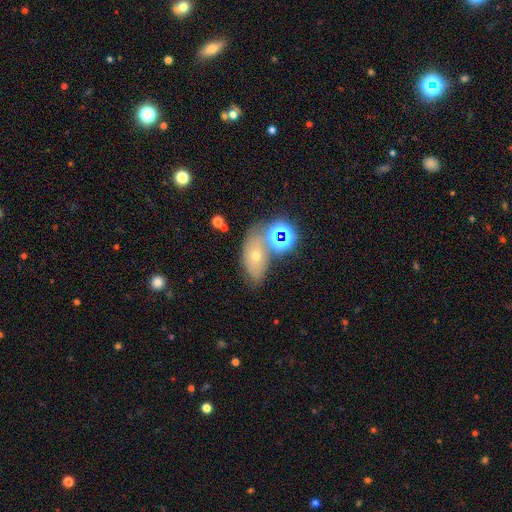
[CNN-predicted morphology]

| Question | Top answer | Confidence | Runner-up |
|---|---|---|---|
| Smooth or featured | smooth | 43% | featured or disk (30%) |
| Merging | none | 60% | merger (18%) |